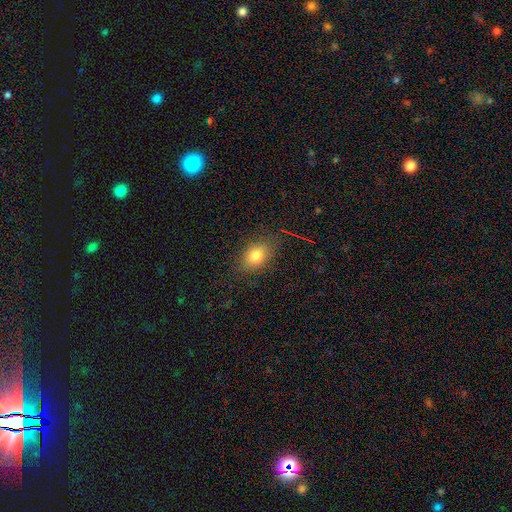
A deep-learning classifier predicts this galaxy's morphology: smooth 78%, star or artifact 12%, featured or disk 10%. Down the decision tree: how rounded — in between (73%); merging — none (80%).